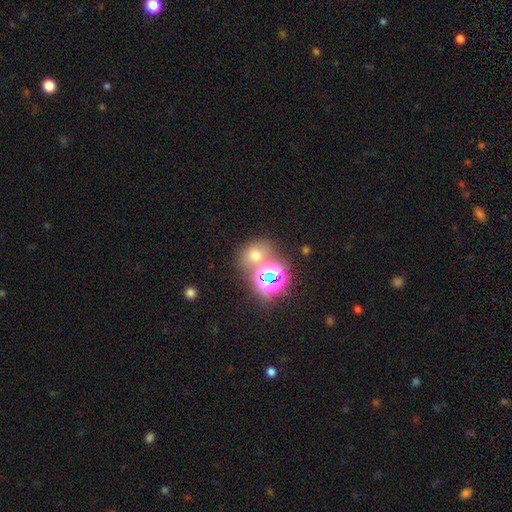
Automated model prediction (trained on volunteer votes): Morphology: type=smooth (55%); roundness=round (65%); merging=none (60%).